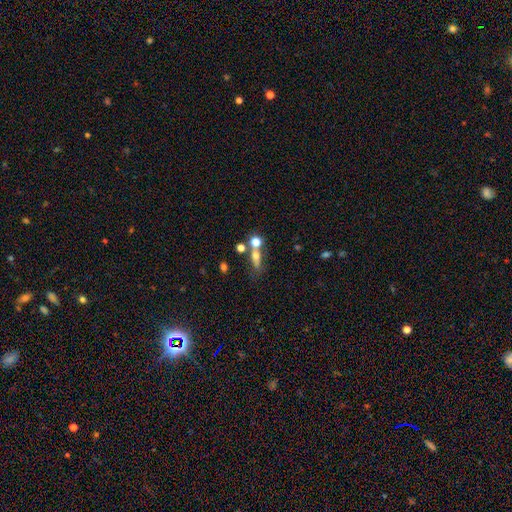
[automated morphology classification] Smooth or featured? smooth (59%)
How rounded? in between (45%)
Merging? none (42%)